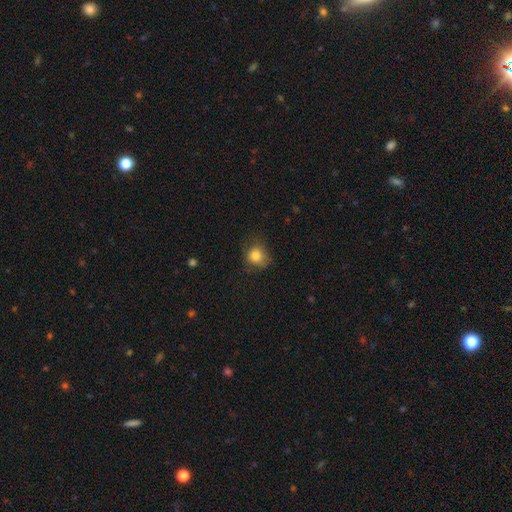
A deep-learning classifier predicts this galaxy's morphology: The model was most divided on "merging": none: 68%, minor disturbance: 23%, major disturbance: 7%, merger: 1%. More confident: smooth or featured — smooth (82%); how rounded — round (77%).